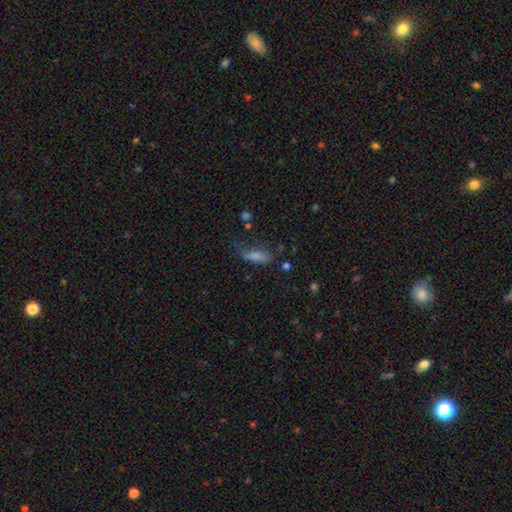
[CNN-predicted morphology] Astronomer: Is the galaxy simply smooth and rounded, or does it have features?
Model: smooth — 63%.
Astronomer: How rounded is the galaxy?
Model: in between — 58% (runner-up: cigar-shaped, 38%).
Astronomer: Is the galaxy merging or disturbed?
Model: none — 44% (runner-up: minor disturbance, 28%).